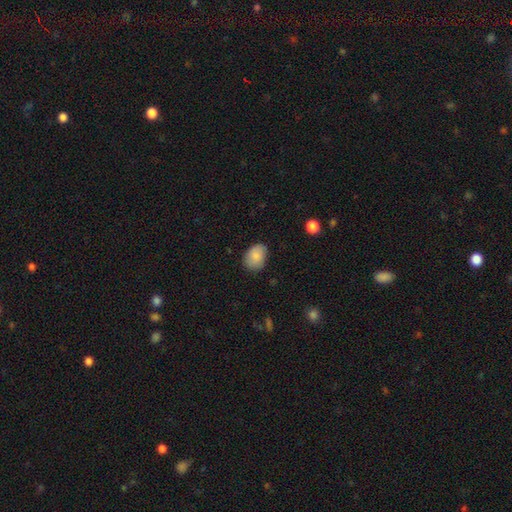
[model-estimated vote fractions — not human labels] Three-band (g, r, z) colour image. It shows a smooth galaxy with no disk features (85%) that is in between round and cigar-shaped (71%). Merging: none (76%).